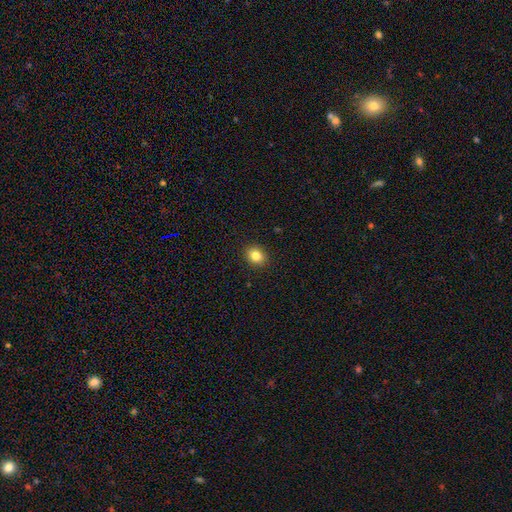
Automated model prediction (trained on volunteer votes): Smooth or featured: smooth — 83% (star or artifact — 11%)
How rounded: round — 59% (in between — 40%)
Merging: none — 91% (minor disturbance — 6%)